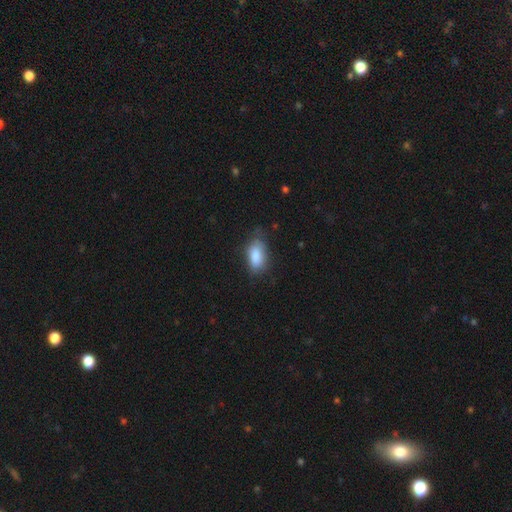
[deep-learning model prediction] Smooth or featured? smooth (85%)
How rounded? in between (89%)
Merging? none (65%)